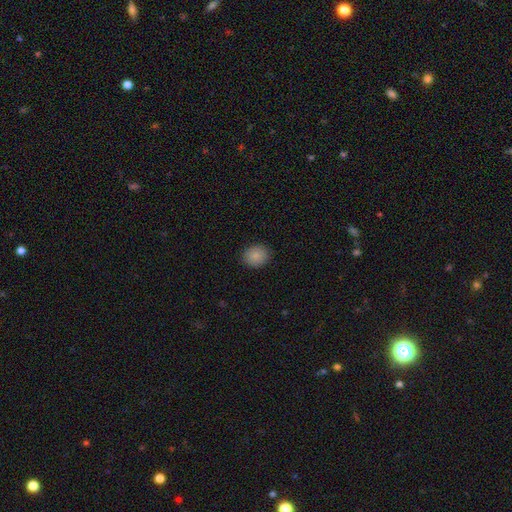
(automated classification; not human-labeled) A smooth galaxy with no disk features (85%) that is round (63%). Merging: none (89%).